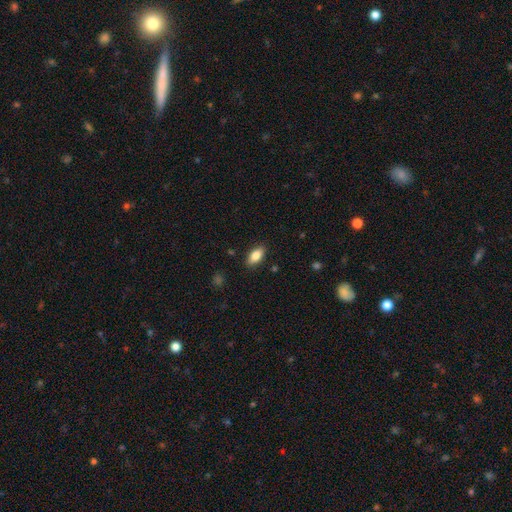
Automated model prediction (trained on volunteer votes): smooth_or_featured: smooth (p=0.84) [alt: featured or disk p=0.09]
how_rounded: in between (p=0.89) [alt: cigar-shaped p=0.08]
merging: none (p=0.88) [alt: minor disturbance p=0.09]